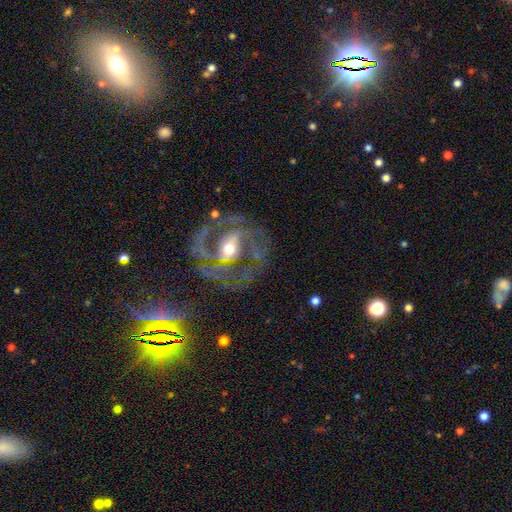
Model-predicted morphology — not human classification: type=featured or disk (81%); edge-on=no (93%); bar=strong (53%); spiral arms=yes (86%); winding=tight (46%); arm count=2 (63%); bulge=moderate (59%); merging=none (74%).